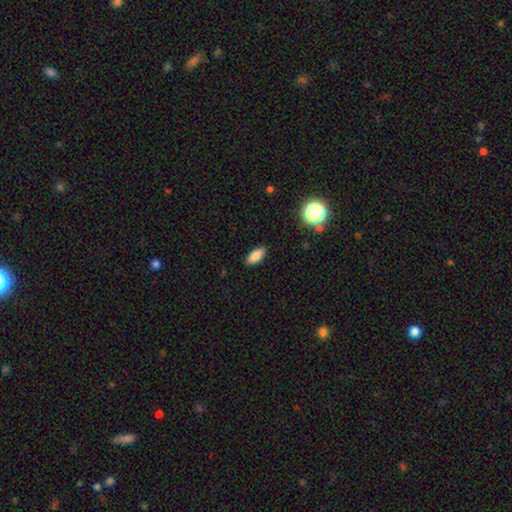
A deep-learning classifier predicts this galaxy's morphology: smooth 84%, star or artifact 9%, featured or disk 7%. Down the decision tree: how rounded — in between (84%); merging — none (88%).